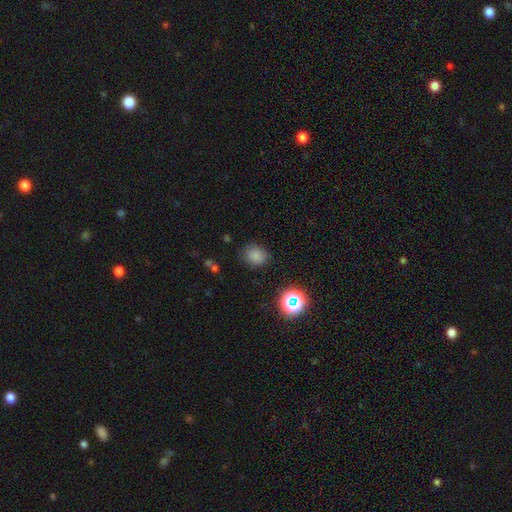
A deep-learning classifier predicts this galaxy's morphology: This appears to be a smooth galaxy with no disk features (77%) that is round (71%). Merging: none (79%).